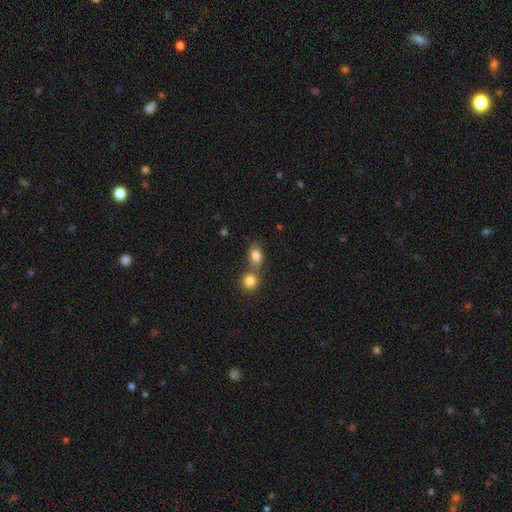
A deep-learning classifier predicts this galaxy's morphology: A smooth galaxy with no disk features (83%) that is in between round and cigar-shaped (74%). Merging: none (48%).